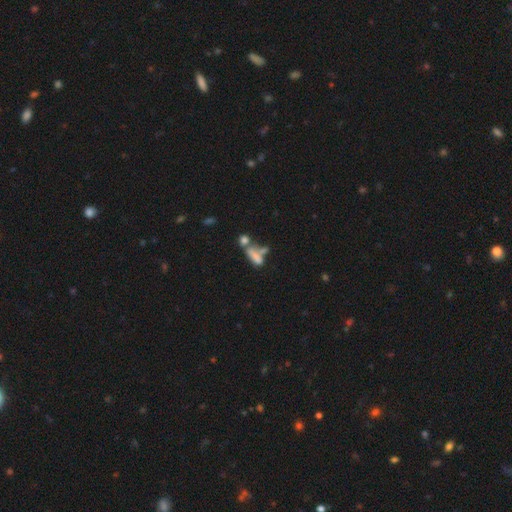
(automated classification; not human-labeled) A smooth galaxy with no disk features (56%) that is in between round and cigar-shaped (63%). Merging: merger (52%).